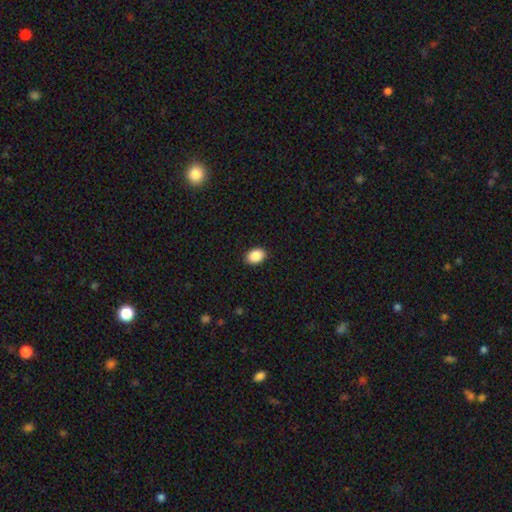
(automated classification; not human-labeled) smooth 89%, star or artifact 8%, featured or disk 3%. Down the decision tree: how rounded — in between (78%); merging — none (90%).